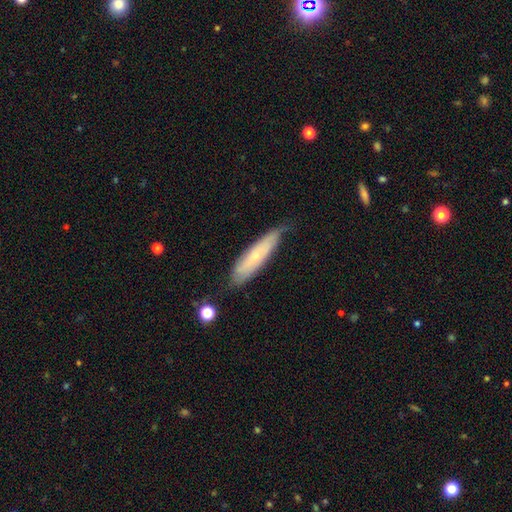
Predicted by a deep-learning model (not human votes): Smooth or featured: smooth — 51% (featured or disk — 42%)
How rounded: cigar-shaped — 75% (in between — 24%)
Merging: none — 66% (minor disturbance — 27%)